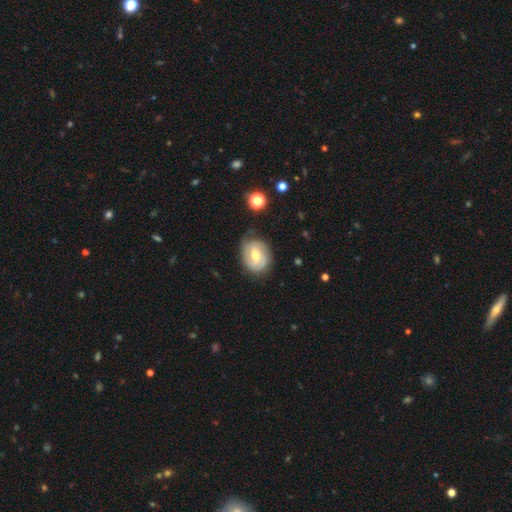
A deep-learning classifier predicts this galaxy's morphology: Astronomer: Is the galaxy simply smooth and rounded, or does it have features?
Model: featured or disk — 57% (runner-up: smooth, 36%).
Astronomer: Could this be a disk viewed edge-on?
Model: no — 96%.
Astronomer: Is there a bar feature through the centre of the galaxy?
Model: weak — 48% (runner-up: no, 36%).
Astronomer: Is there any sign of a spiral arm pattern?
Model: yes — 75%.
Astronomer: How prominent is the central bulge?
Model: moderate — 68%.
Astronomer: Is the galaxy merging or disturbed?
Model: none — 63%.